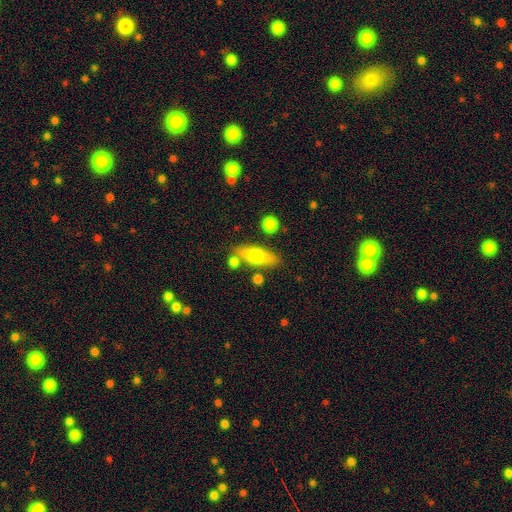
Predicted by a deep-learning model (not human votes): smooth_or_featured: smooth (p=0.62) [alt: featured or disk p=0.31]
how_rounded: in between (p=0.57) [alt: cigar-shaped p=0.39]
merging: none (p=0.75) [alt: minor disturbance p=0.12]